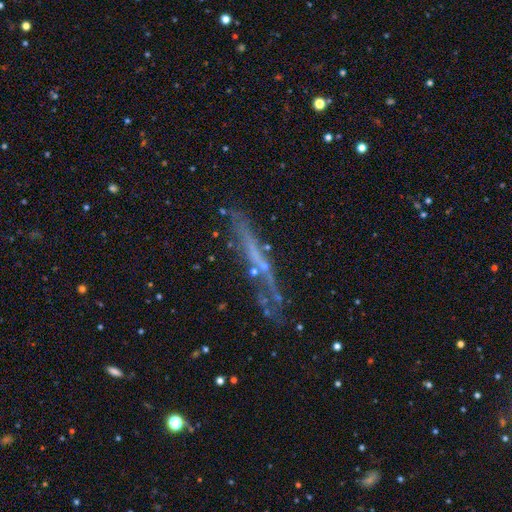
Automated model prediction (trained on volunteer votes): Q: Smooth or featured?
A: featured or disk (59%); runner-up: smooth (27%)
Q: Edge-on disk?
A: yes (75%); runner-up: no (25%)
Q: Merging?
A: none (65%); runner-up: minor disturbance (20%)